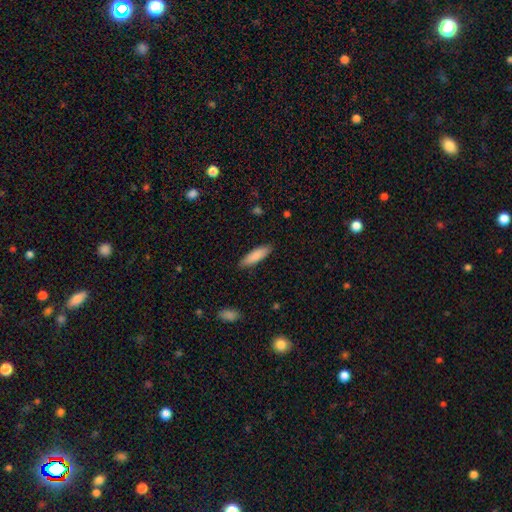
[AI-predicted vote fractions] Smooth or featured? smooth (86%)
How rounded? cigar-shaped (56%)
Merging? none (87%)